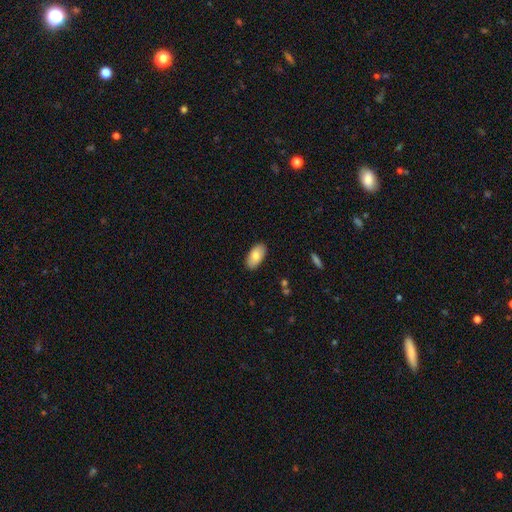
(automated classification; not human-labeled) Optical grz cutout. It shows a smooth galaxy with no disk features (80%) that is in between round and cigar-shaped (95%). Merging: none (88%).